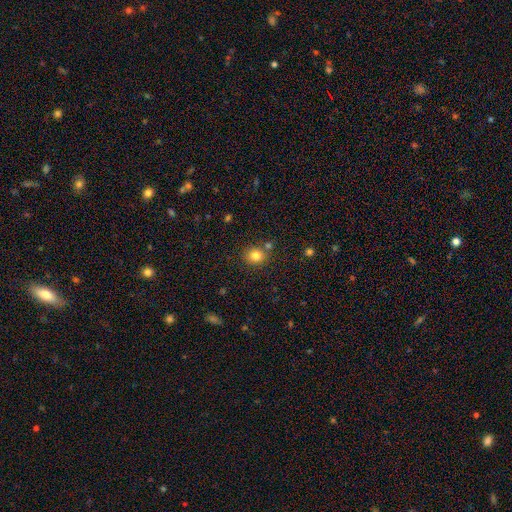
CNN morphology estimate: Smooth or featured: smooth — 81% (star or artifact — 12%)
How rounded: round — 72% (in between — 27%)
Merging: none — 77% (merger — 10%)